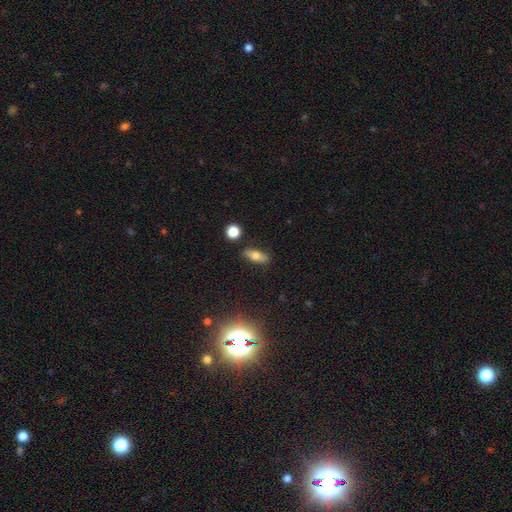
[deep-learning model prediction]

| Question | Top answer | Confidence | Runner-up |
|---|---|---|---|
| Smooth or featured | smooth | 71% | featured or disk (19%) |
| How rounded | in between | 71% | cigar-shaped (23%) |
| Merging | none | 84% | minor disturbance (11%) |